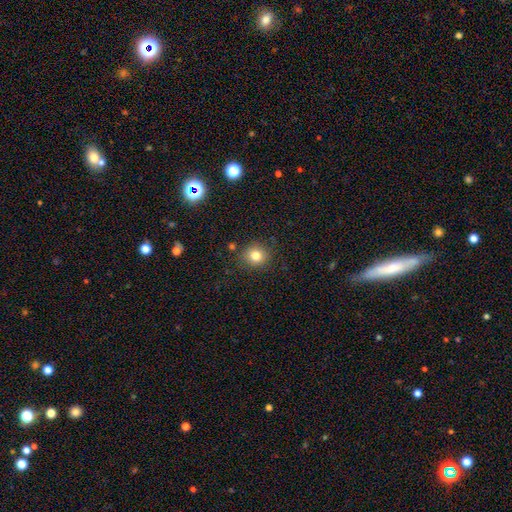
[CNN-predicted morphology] Q: Smooth or featured?
A: smooth (80%); runner-up: star or artifact (13%)
Q: How rounded?
A: round (87%); runner-up: in between (12%)
Q: Merging?
A: none (86%); runner-up: minor disturbance (9%)